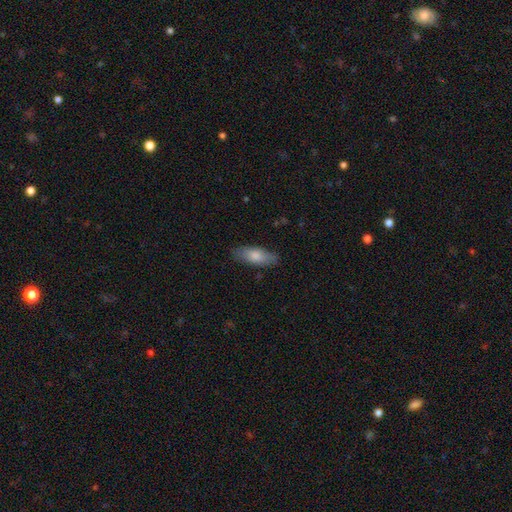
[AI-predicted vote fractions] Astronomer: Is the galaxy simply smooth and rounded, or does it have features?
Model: smooth — 78%.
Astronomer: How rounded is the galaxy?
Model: in between — 72%.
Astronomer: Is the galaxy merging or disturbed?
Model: none — 82%.